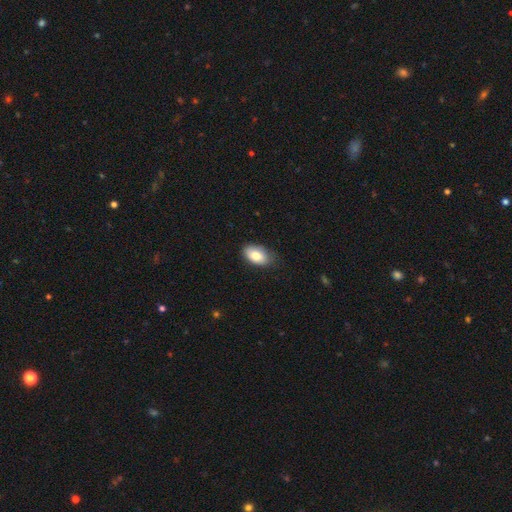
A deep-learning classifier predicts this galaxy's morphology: Q: Smooth or featured?
A: smooth (81%); runner-up: featured or disk (12%)
Q: How rounded?
A: in between (93%); runner-up: round (6%)
Q: Merging?
A: none (74%); runner-up: minor disturbance (21%)